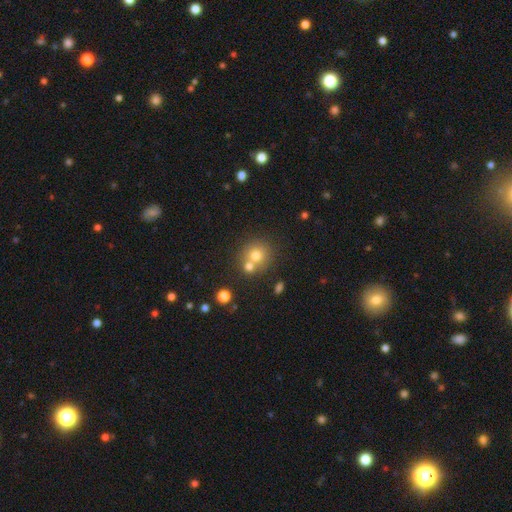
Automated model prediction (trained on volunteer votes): A smooth galaxy with no disk features (73%) that is round (87%).

Vote fractions:
- Smooth or featured? smooth: 73% / featured or disk: 14% / star or artifact: 13%
- How rounded? round: 87% / in between: 12% / cigar-shaped: 1%
- Merging? none: 52% / merger: 38% / minor disturbance: 7% / major disturbance: 3%